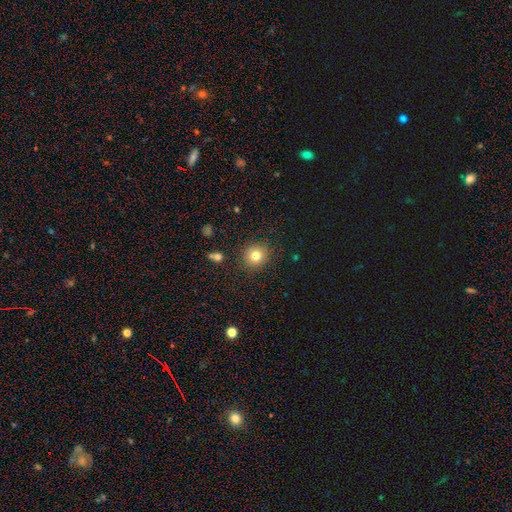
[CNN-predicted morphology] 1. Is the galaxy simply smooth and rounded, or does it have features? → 78% smooth, 13% star or artifact, 9% featured or disk.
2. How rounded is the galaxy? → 89% round, 10% in between, 1% cigar-shaped.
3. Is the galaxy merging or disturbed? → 88% none, 8% minor disturbance, 2% major disturbance, 2% merger.